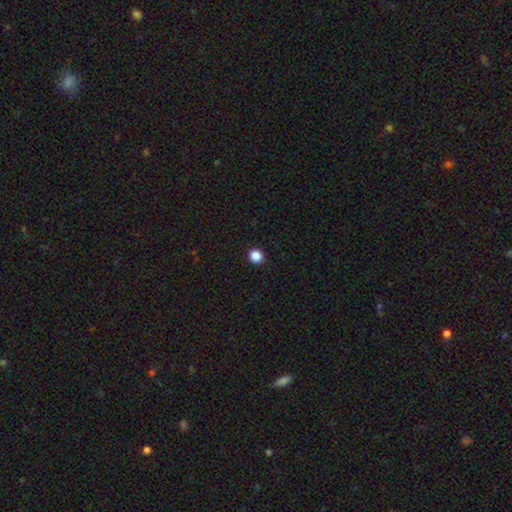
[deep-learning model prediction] Morphology: type=smooth (87%); roundness=round (91%); merging=none (93%).